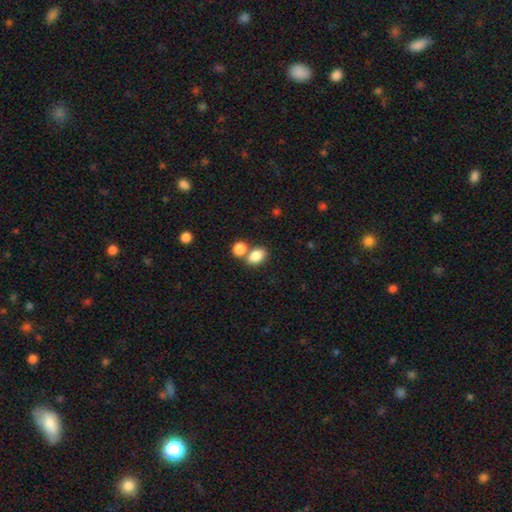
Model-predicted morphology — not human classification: Smooth or featured?
  - smooth: 84% *
  - star or artifact: 9%
  - featured or disk: 7%
How rounded?
  - in between: 78% *
  - round: 20%
  - cigar-shaped: 2%
Merging?
  - none: 52% *
  - merger: 34%
  - minor disturbance: 10%
  - major disturbance: 3%